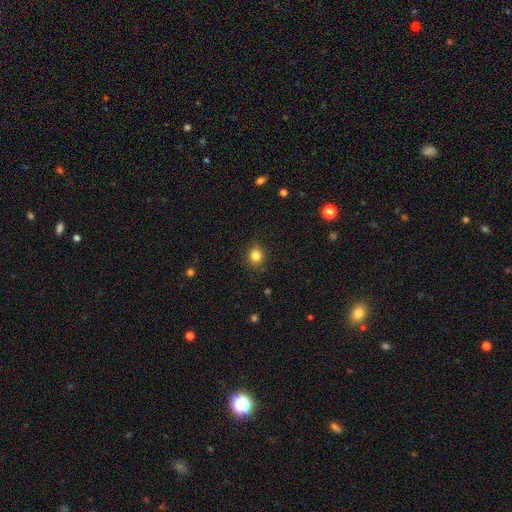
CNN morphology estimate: Smooth or featured? smooth (84%)
How rounded? round (77%)
Merging? none (88%)